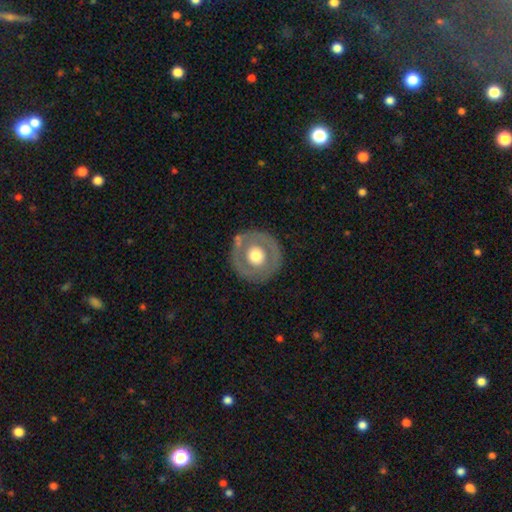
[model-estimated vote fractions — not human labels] Overall: featured or disk (49%; smooth 45%). Merging: none (82%).